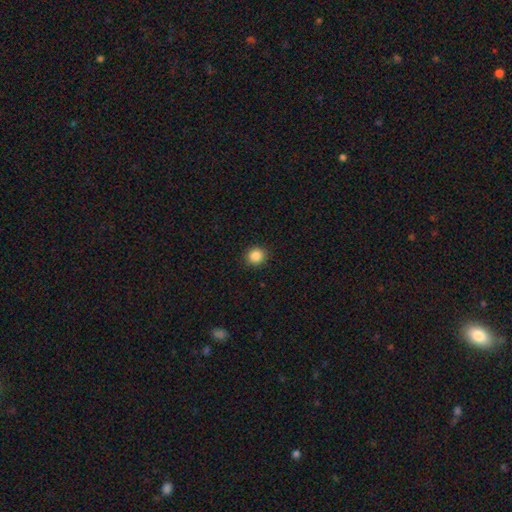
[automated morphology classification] Smooth or featured?
  - smooth: 87% *
  - star or artifact: 10%
  - featured or disk: 3%
How rounded?
  - round: 89% *
  - in between: 10%
  - cigar-shaped: 1%
Merging?
  - none: 91% *
  - minor disturbance: 6%
  - major disturbance: 2%
  - merger: 1%